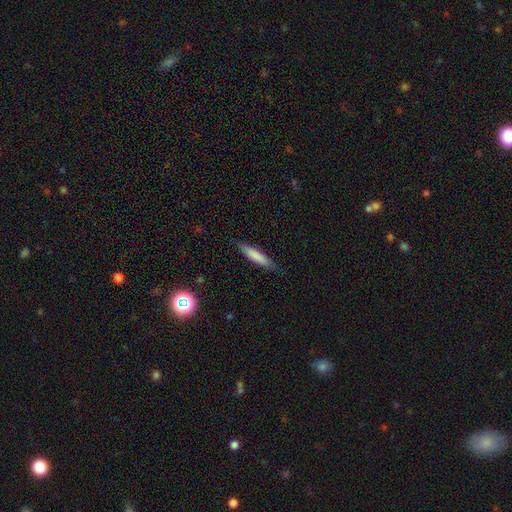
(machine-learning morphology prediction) type=smooth (77%); roundness=cigar-shaped (86%); merging=none (85%).